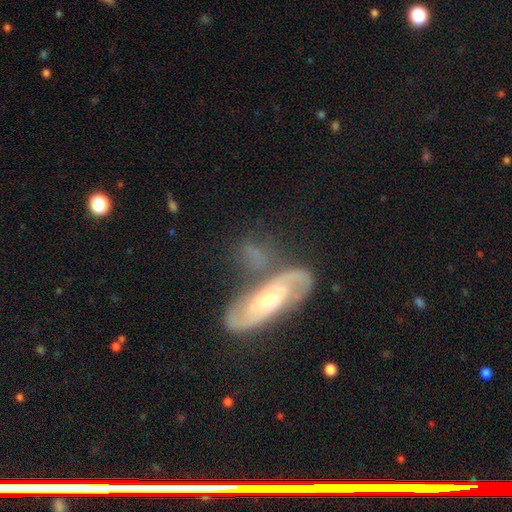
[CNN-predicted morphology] smooth-or-featured: featured or disk: 65% | smooth: 26% | star or artifact: 9%
  disk-edge-on: no: 86% | yes: 14%
    bar: no: 51% | weak: 36% | strong: 13%
    has-spiral-arms: yes: 86% | no: 14%
    bulge-size: small: 50% | moderate: 40% | large: 4% | none: 4% | dominant: 2%
  merging: none: 44% | merger: 31% | minor disturbance: 15% | major disturbance: 9%